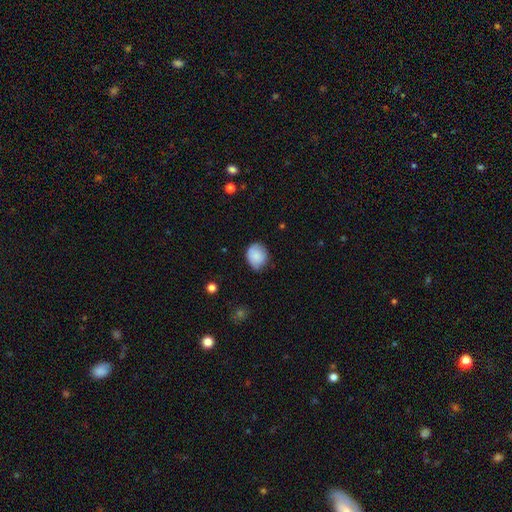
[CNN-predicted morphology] type=smooth (85%); roundness=round (64%); merging=none (68%).